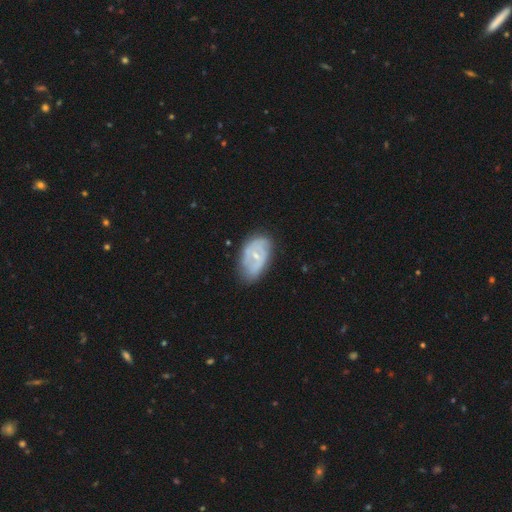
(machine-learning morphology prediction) This is likely a featured or disk galaxy (64%). It is clearly not viewed edge-on (95%). Bar: possibly no (51%). Spiral arm pattern: likely yes (66%). Central bulge: likely small (61%). Merging: likely none (61%).